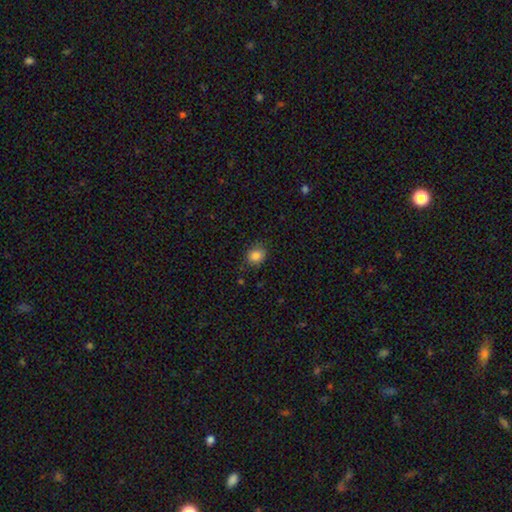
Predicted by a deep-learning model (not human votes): Smooth or featured?
  - smooth: 86% *
  - star or artifact: 10%
  - featured or disk: 4%
How rounded?
  - round: 66% *
  - in between: 34%
  - cigar-shaped: 1%
Merging?
  - none: 79% *
  - minor disturbance: 16%
  - major disturbance: 4%
  - merger: 1%